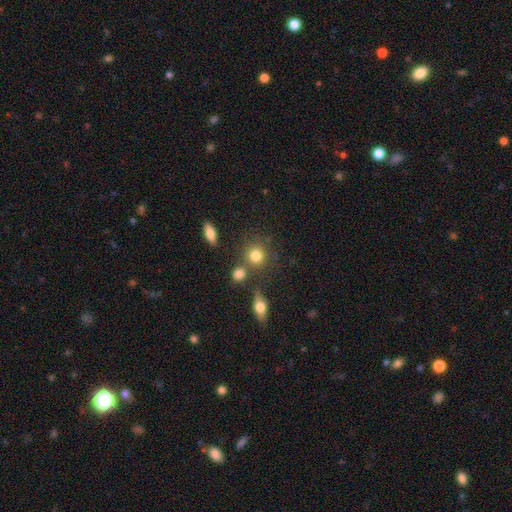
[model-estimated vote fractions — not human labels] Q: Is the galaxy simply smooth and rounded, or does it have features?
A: smooth — 80%.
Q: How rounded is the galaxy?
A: round — 84%.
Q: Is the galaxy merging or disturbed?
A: none — 69%.